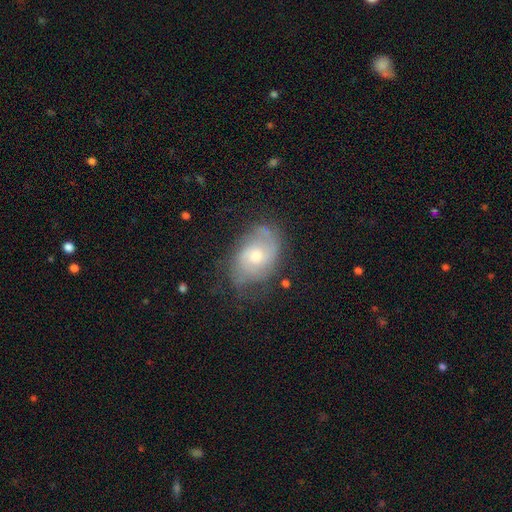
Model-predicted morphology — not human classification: Q: Smooth or featured?
A: featured or disk (67%); runner-up: smooth (25%)
Q: Edge-on disk?
A: no (96%); runner-up: yes (4%)
Q: Bar?
A: no (66%); runner-up: weak (30%)
Q: Spiral arms?
A: yes (87%); runner-up: no (13%)
Q: Spiral winding?
A: medium (43%); runner-up: tight (36%)
Q: Spiral arm count?
A: 2 (58%); runner-up: can't tell (25%)
Q: Bulge size?
A: moderate (60%); runner-up: small (32%)
Q: Merging?
A: none (64%); runner-up: minor disturbance (24%)